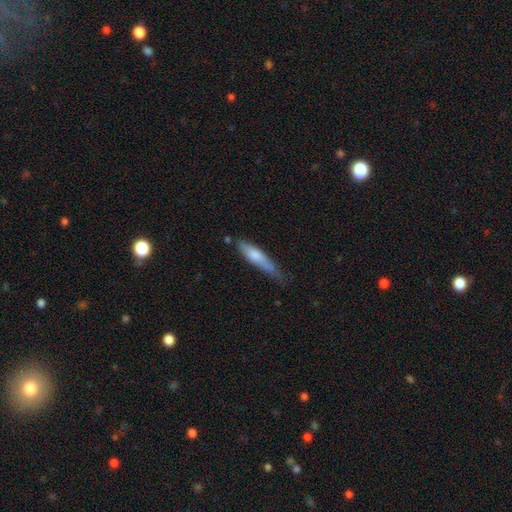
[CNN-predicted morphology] Smooth or featured? smooth (68%)
How rounded? cigar-shaped (78%)
Merging? none (51%)